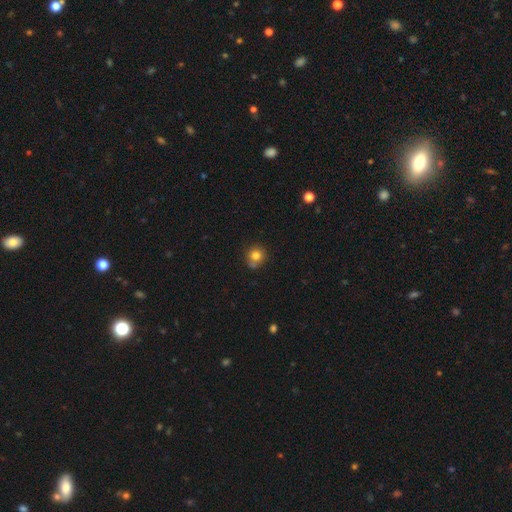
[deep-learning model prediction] smooth 80%, star or artifact 11%, featured or disk 9%. Down the decision tree: how rounded — round (89%); merging — none (70%).